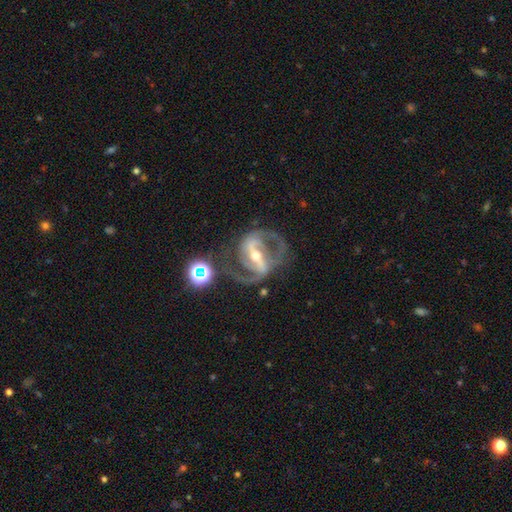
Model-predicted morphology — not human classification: This is clearly a featured or disk galaxy (90%). It is clearly not viewed edge-on (96%). Bar: likely strong (75%). Spiral arm pattern: clearly yes (95%). Spiral arm count: clearly 2 (90%). Spiral winding: possibly medium (59%). Central bulge: possibly moderate (51%). Merging: likely none (68%).